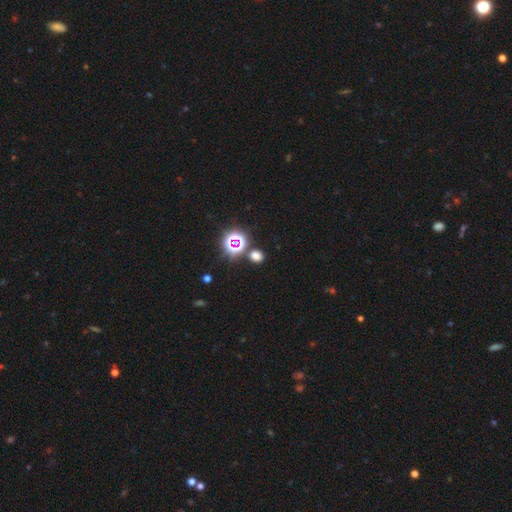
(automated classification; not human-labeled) This appears to be a smooth galaxy with no disk features (63%) that is round (67%). Merging: none (83%).